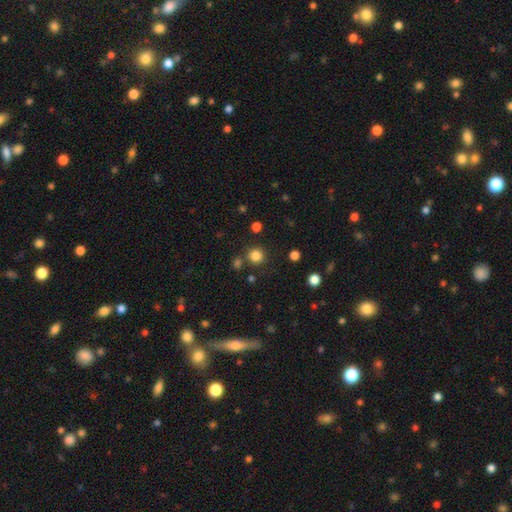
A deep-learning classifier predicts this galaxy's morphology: smooth-or-featured: smooth: 82% | star or artifact: 14% | featured or disk: 4%
  how-rounded: round: 93% | in between: 6% | cigar-shaped: 1%
  merging: none: 83% | minor disturbance: 7% | merger: 7% | major disturbance: 3%